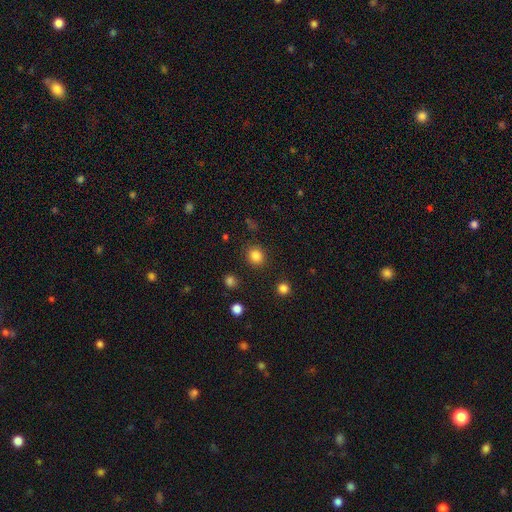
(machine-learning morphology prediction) Smooth or featured? smooth (84%)
How rounded? round (82%)
Merging? none (88%)